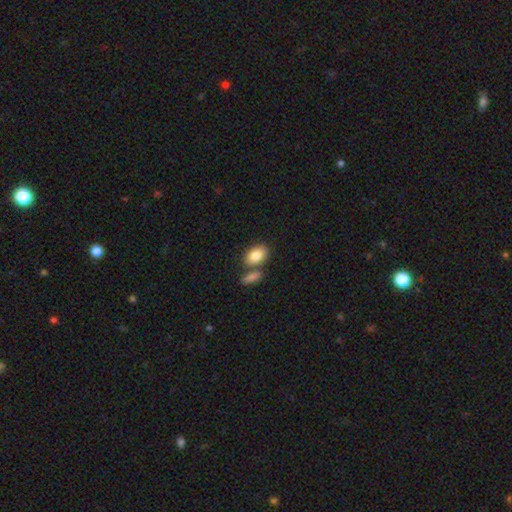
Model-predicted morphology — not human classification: Overall: smooth (84%). How rounded: in between (89%). Merging: none (57%; merger 28%).